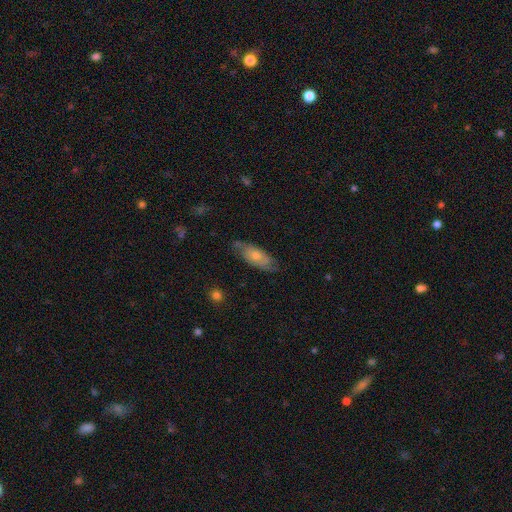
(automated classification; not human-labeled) Overall: featured or disk (53%; smooth 39%). Edge-on disk: no (81%). Merging: none (71%).